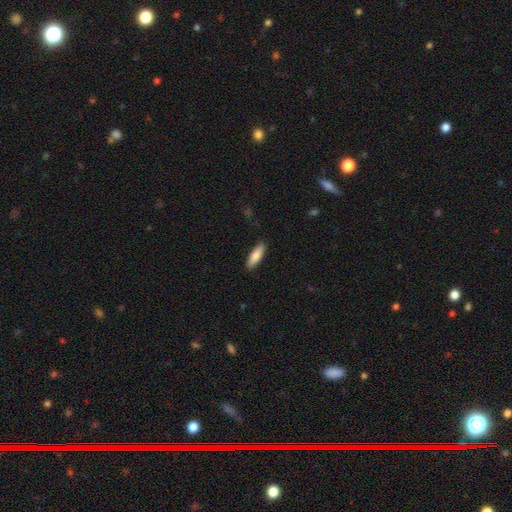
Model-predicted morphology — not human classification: type=smooth (82%); roundness=cigar-shaped (52%); merging=none (89%).